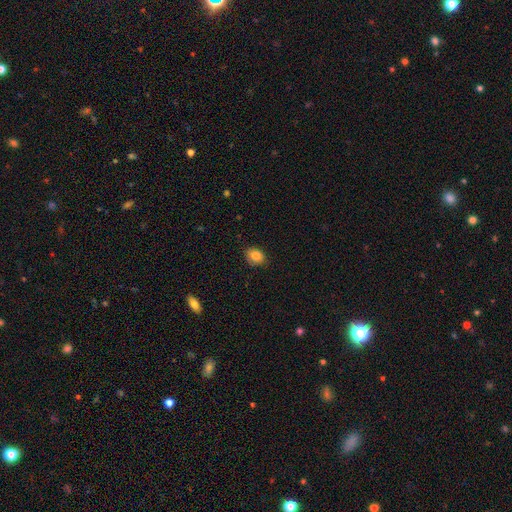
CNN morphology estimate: smooth 83%, star or artifact 9%, featured or disk 8%. Down the decision tree: how rounded — round (51%); merging — none (80%).